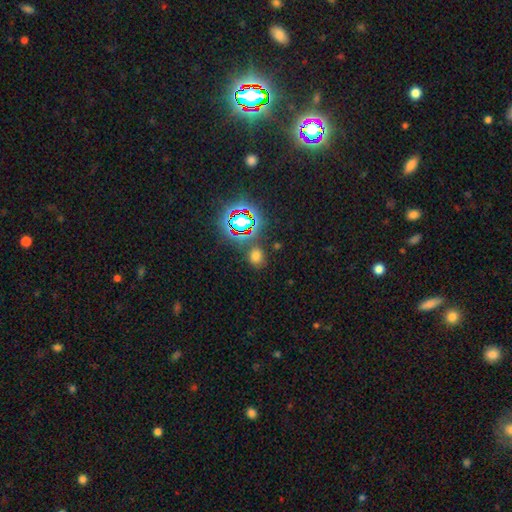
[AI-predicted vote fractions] A smooth galaxy with no disk features (62%) that is round (62%). Merging: none (78%).